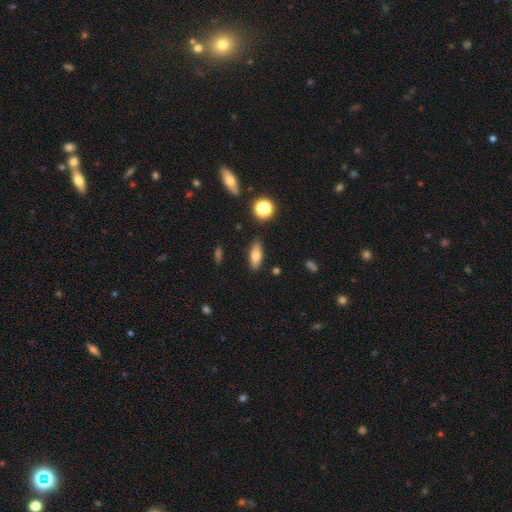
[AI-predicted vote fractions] A smooth galaxy with no disk features (73%) that is in between round and cigar-shaped (69%). Merging: none (85%).